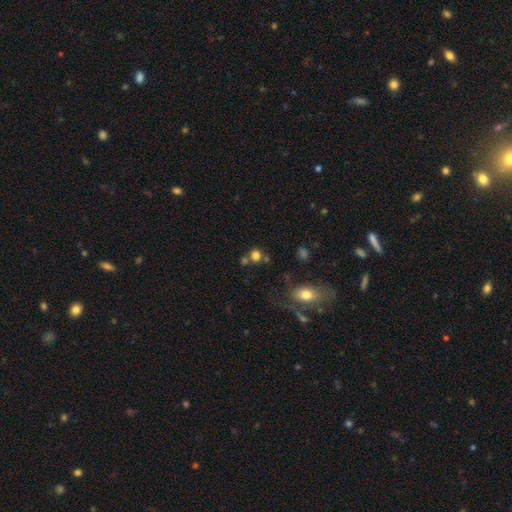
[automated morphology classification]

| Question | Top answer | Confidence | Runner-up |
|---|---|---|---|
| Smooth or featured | smooth | 76% | star or artifact (16%) |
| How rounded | round | 82% | in between (16%) |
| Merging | none | 64% | merger (22%) |